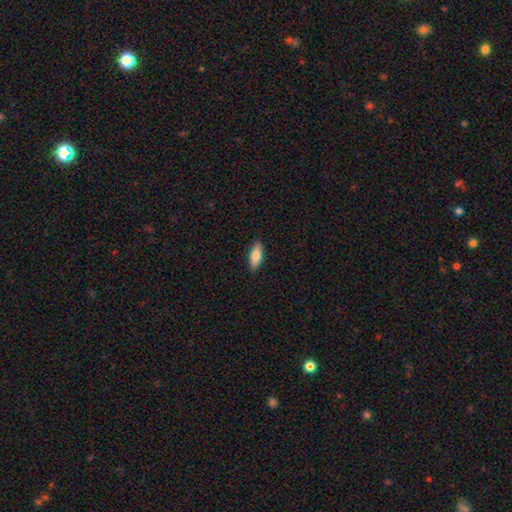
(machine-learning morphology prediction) smooth 80%, featured or disk 14%, star or artifact 6%. Down the decision tree: how rounded — in between (71%); merging — none (89%).